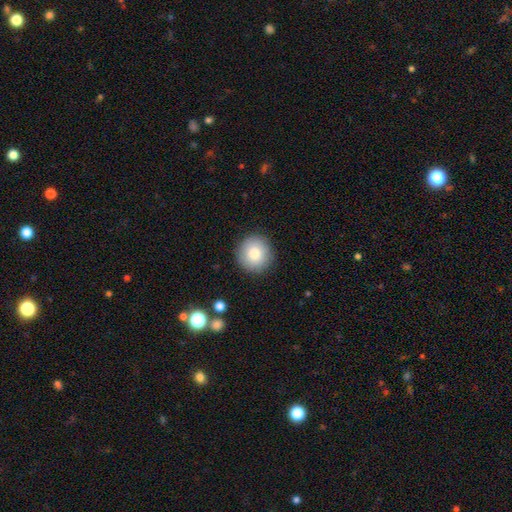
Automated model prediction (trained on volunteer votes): This appears to be a smooth galaxy with no disk features (81%) that is round (93%). Merging: none (90%).